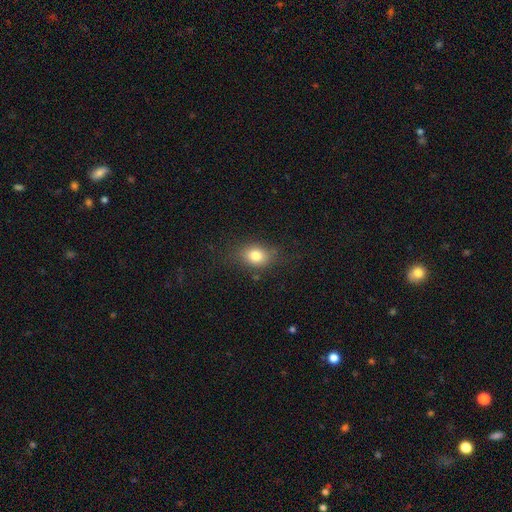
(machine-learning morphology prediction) smooth-or-featured: smooth: 79% | star or artifact: 11% | featured or disk: 10%
  how-rounded: in between: 58% | round: 40% | cigar-shaped: 2%
  merging: none: 75% | minor disturbance: 18% | major disturbance: 6% | merger: 2%